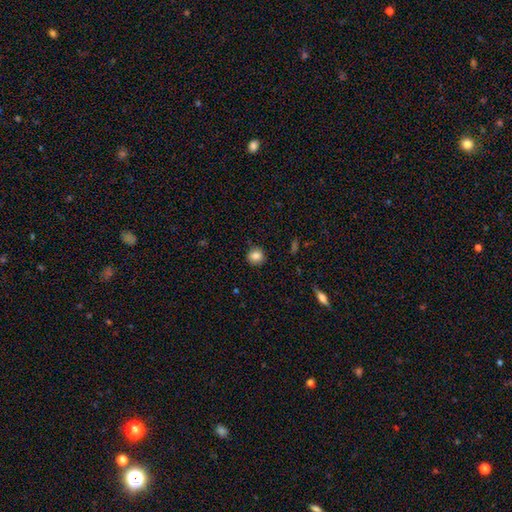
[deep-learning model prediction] A smooth galaxy with no disk features (84%) that is round (91%).

Vote fractions:
- Smooth or featured? smooth: 84% / star or artifact: 10% / featured or disk: 6%
- How rounded? round: 91% / in between: 8% / cigar-shaped: 1%
- Merging? none: 88% / minor disturbance: 9% / major disturbance: 2% / merger: 1%